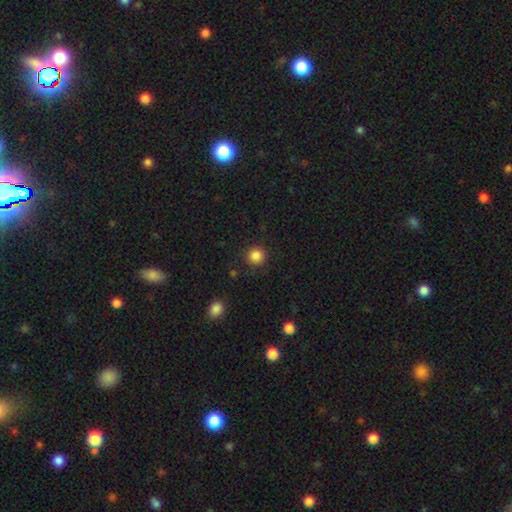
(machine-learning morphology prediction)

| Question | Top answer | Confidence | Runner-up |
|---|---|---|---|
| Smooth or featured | smooth | 86% | star or artifact (11%) |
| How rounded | round | 94% | in between (5%) |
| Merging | none | 90% | minor disturbance (6%) |